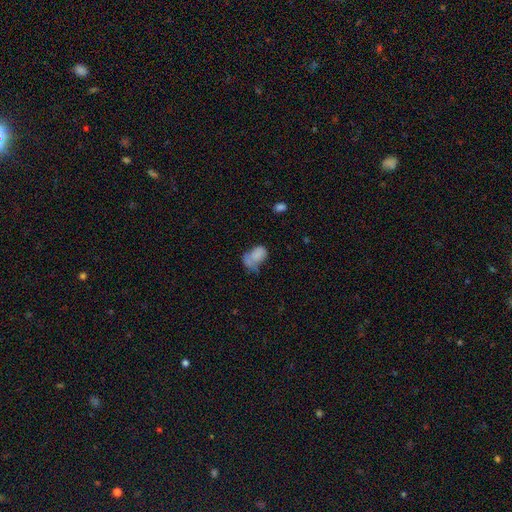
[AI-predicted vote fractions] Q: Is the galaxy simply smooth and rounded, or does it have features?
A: smooth — 70%.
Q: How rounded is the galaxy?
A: in between — 82%.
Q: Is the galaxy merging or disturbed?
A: major disturbance — 30%.